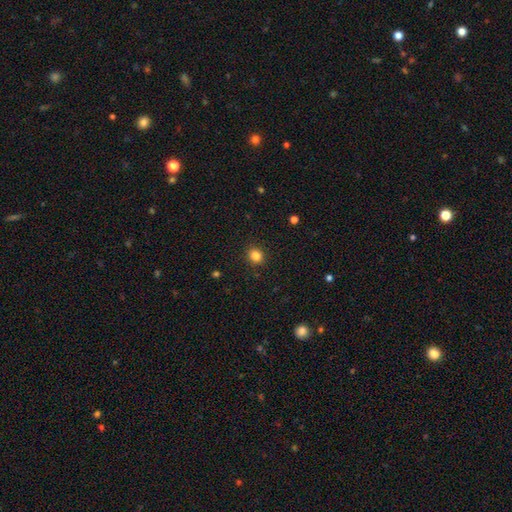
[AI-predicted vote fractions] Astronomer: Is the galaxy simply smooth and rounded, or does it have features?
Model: smooth — 84%.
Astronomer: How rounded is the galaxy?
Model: round — 77%.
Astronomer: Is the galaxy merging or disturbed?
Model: none — 91%.